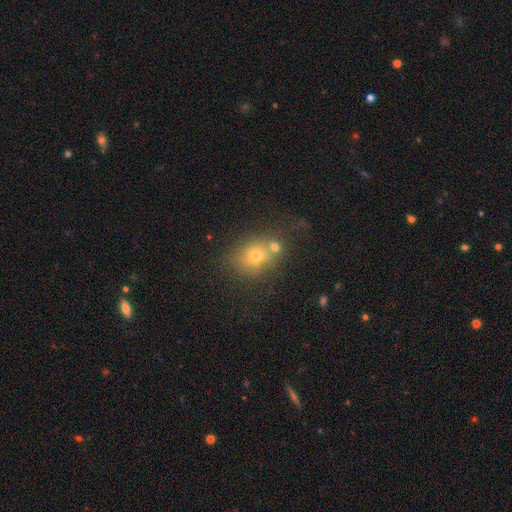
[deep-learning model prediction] This is likely a smooth galaxy (64%). How rounded: likely round (60%). Merging: possibly none (49%).